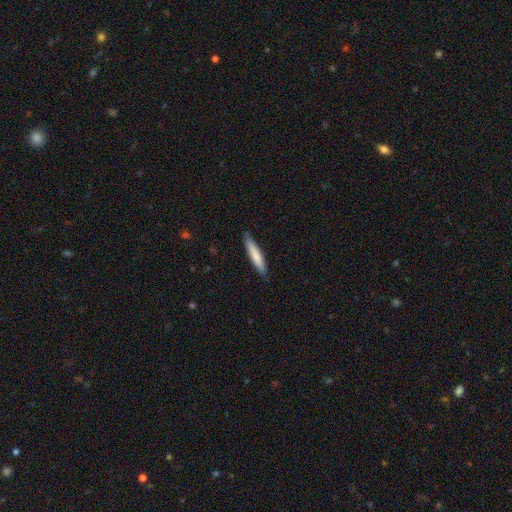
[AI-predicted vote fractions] Smooth or featured?
  - smooth: 74% *
  - featured or disk: 21%
  - star or artifact: 5%
How rounded?
  - cigar-shaped: 90% *
  - in between: 9%
  - round: 1%
Merging?
  - none: 86% *
  - minor disturbance: 11%
  - major disturbance: 2%
  - merger: 1%